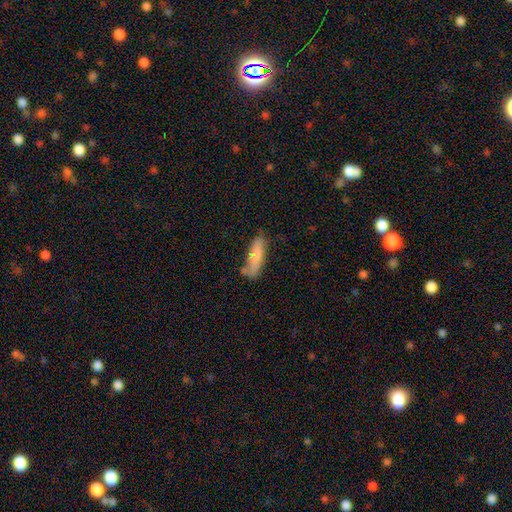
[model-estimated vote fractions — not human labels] Smooth or featured?
  - smooth: 74% *
  - featured or disk: 19%
  - star or artifact: 6%
How rounded?
  - cigar-shaped: 62% *
  - in between: 36%
  - round: 2%
Merging?
  - none: 60% *
  - minor disturbance: 25%
  - merger: 8%
  - major disturbance: 7%